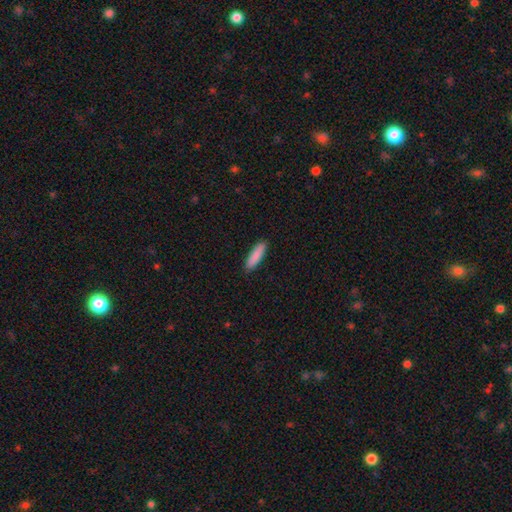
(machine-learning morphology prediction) The model was most divided on "how rounded": cigar-shaped: 74%, in between: 25%, round: 1%. More confident: merging — none (90%); smooth or featured — smooth (88%).